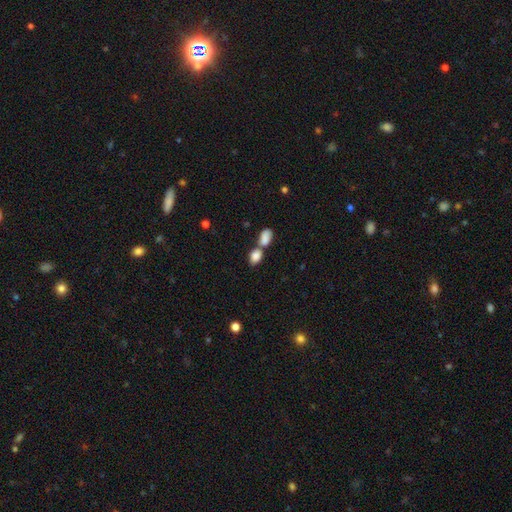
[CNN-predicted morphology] type=smooth (85%); roundness=in between (82%); merging=merger (62%).